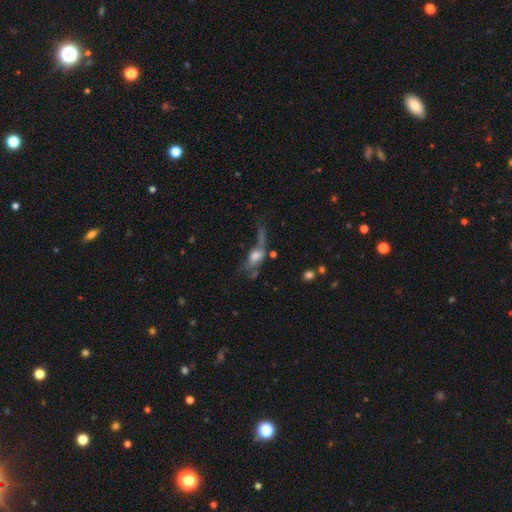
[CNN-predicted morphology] Q: Smooth or featured?
A: smooth (47%); runner-up: featured or disk (42%)
Q: Merging?
A: major disturbance (49%); runner-up: none (21%)